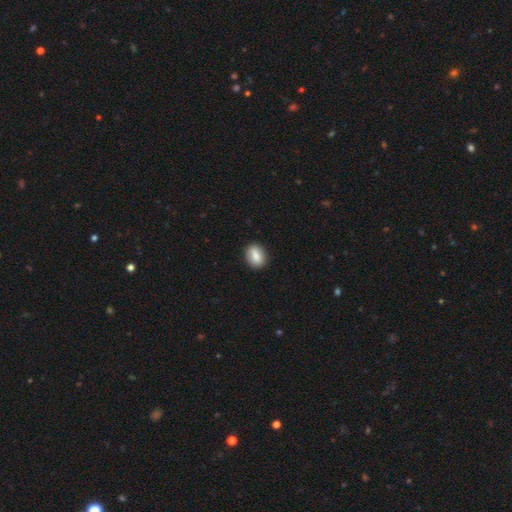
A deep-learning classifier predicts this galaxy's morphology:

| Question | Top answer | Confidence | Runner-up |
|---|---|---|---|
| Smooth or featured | smooth | 83% | featured or disk (10%) |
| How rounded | in between | 66% | round (31%) |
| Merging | none | 86% | minor disturbance (10%) |